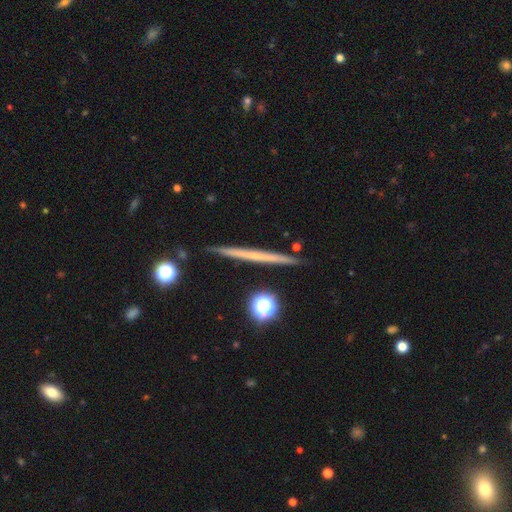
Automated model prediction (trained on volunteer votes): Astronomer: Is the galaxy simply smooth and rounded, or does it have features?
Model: featured or disk — 58% (runner-up: smooth, 35%).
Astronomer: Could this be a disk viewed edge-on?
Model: yes — 97%.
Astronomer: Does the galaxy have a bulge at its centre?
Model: none — 89%.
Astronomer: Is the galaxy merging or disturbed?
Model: none — 91%.